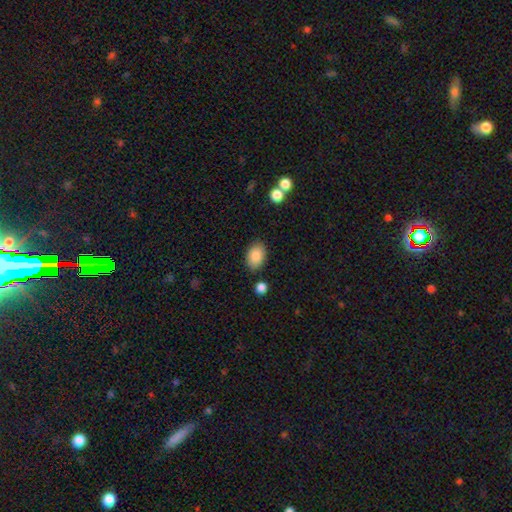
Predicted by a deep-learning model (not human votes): Smooth or featured? smooth (86%)
How rounded? in between (86%)
Merging? none (83%)